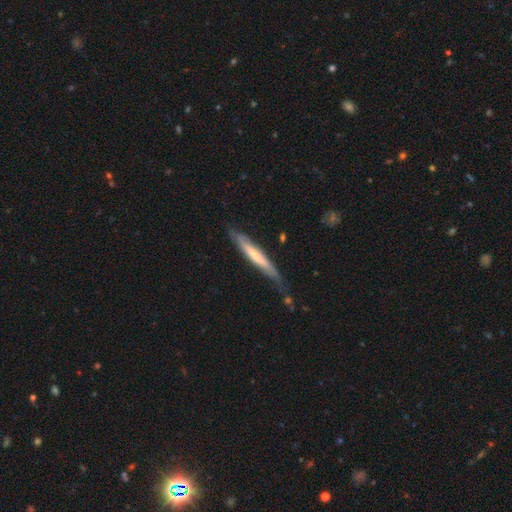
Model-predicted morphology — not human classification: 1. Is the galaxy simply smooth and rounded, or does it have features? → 50% smooth, 45% featured or disk, 5% star or artifact.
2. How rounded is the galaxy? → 93% cigar-shaped, 6% in between, 1% round.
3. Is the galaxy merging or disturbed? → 66% none, 25% minor disturbance, 6% major disturbance, 3% merger.